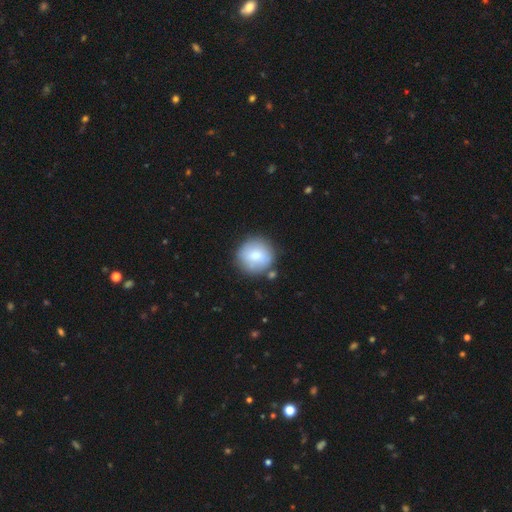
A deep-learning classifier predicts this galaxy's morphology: A smooth galaxy with no disk features (77%) that is round (93%). Merging: none (78%).